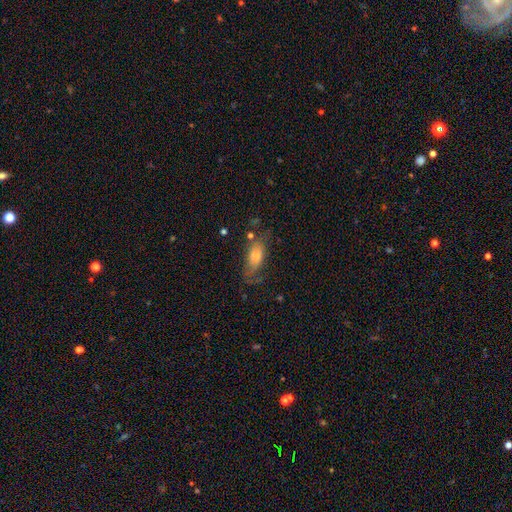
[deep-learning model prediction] This is likely a smooth galaxy (60%). How rounded: clearly in between (81%). Merging: marginally none (45%).